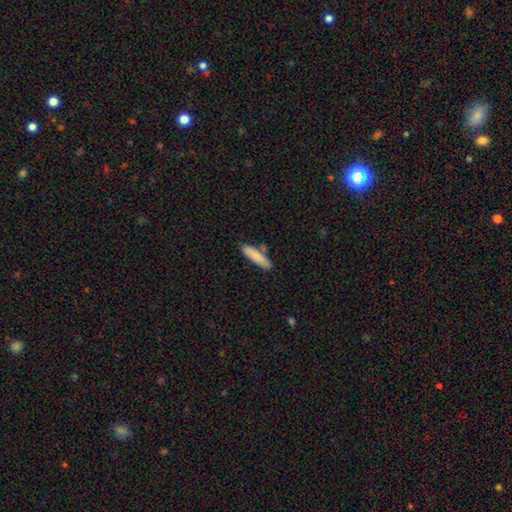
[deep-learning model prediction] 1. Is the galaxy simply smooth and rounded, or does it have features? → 84% smooth, 10% featured or disk, 6% star or artifact.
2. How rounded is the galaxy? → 73% cigar-shaped, 26% in between, 1% round.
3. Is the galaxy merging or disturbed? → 75% none, 14% minor disturbance, 8% merger, 3% major disturbance.